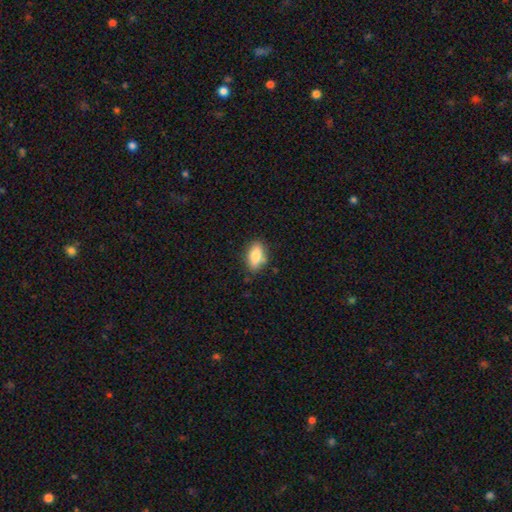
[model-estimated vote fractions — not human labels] This appears to be a smooth galaxy with no disk features (81%) that is in between round and cigar-shaped (85%). Merging: none (80%).